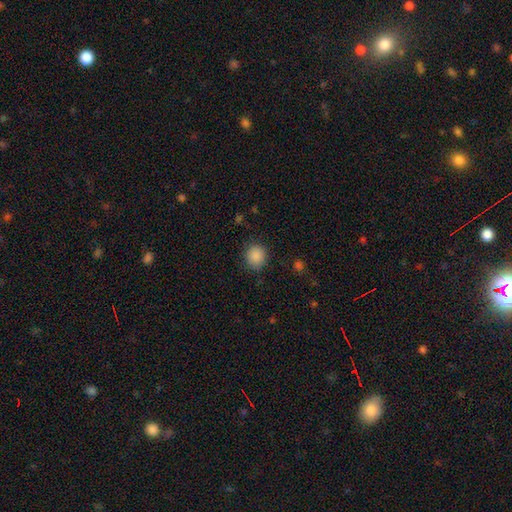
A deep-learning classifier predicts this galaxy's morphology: The model was most divided on "how rounded": round: 81%, in between: 18%, cigar-shaped: 1%. More confident: smooth or featured — smooth (88%); merging — none (86%).